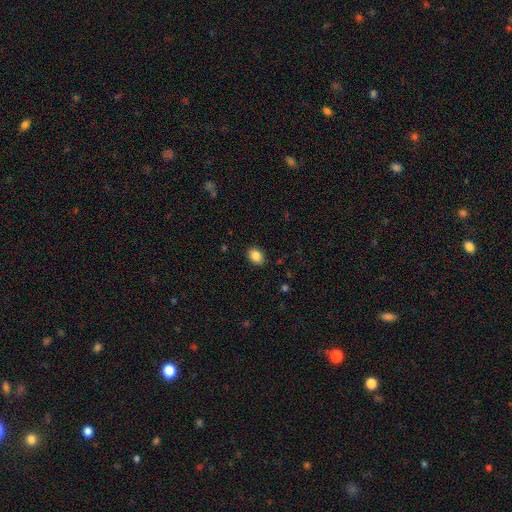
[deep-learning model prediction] Overall: smooth (86%). How rounded: in between (64%; round 35%). Merging: none (89%).